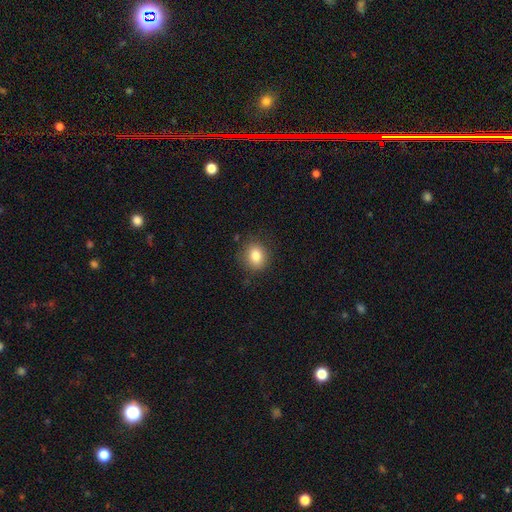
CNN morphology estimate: A smooth galaxy with no disk features (83%) that is round (69%). Merging: none (85%).